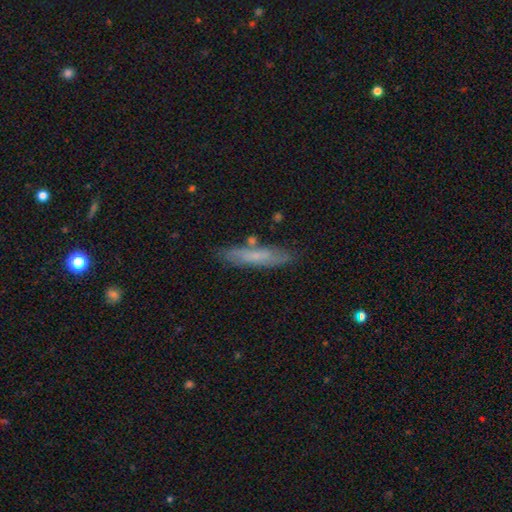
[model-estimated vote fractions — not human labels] Smooth or featured?
  - smooth: 57% *
  - featured or disk: 36%
  - star or artifact: 7%
How rounded?
  - cigar-shaped: 84% *
  - in between: 14%
  - round: 2%
Merging?
  - none: 78% *
  - minor disturbance: 15%
  - merger: 4%
  - major disturbance: 3%